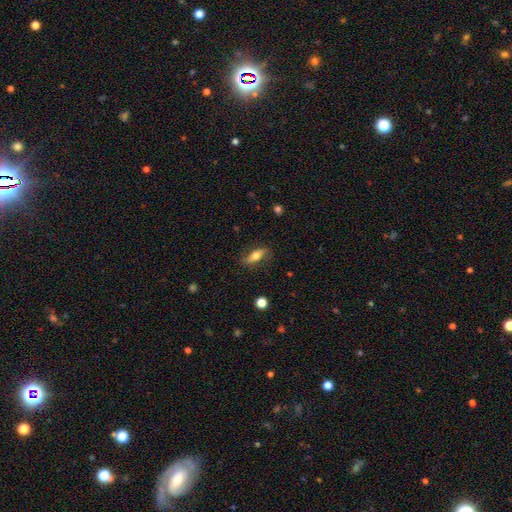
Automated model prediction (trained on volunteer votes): Smooth or featured? Predicted: smooth (p=0.56). How rounded? Predicted: in between (p=0.62). Merging? Predicted: none (p=0.77).